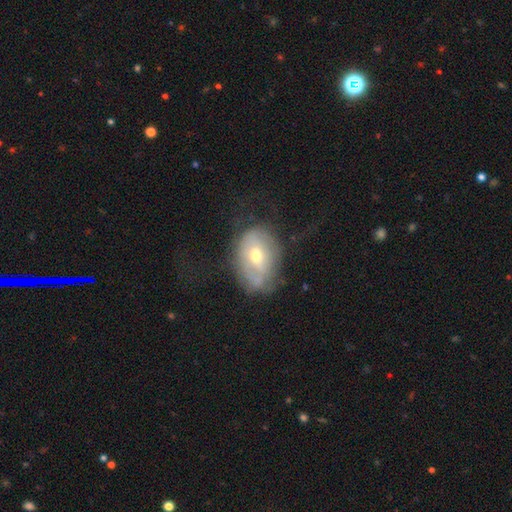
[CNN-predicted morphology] smooth-or-featured: smooth: 47% | featured or disk: 44% | star or artifact: 9%
  merging: none: 42% | minor disturbance: 31% | major disturbance: 23% | merger: 3%